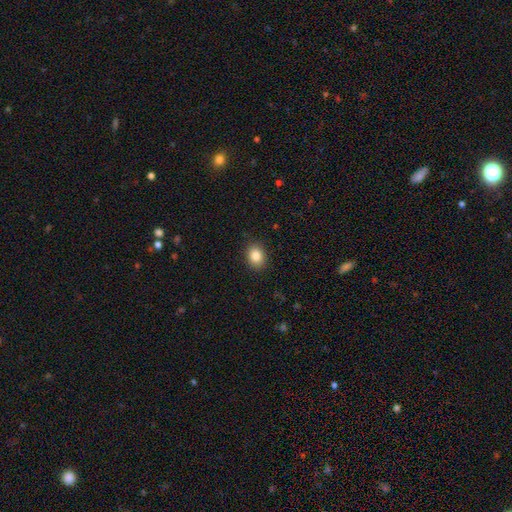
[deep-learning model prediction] Q: Smooth or featured?
A: smooth (85%); runner-up: star or artifact (9%)
Q: How rounded?
A: in between (59%); runner-up: round (40%)
Q: Merging?
A: none (89%); runner-up: minor disturbance (8%)